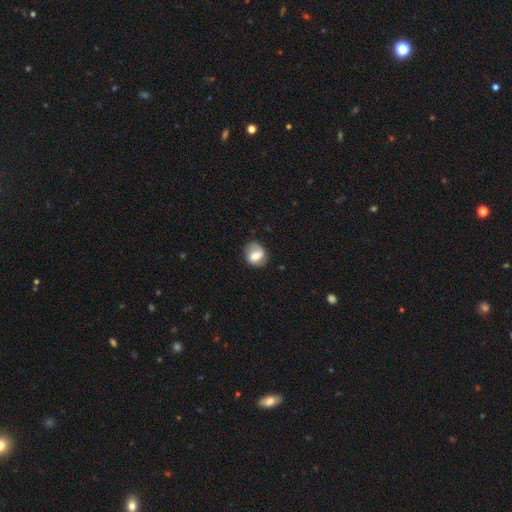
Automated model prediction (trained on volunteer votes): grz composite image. It shows a smooth galaxy with no disk features (48%). Merging: none (70%).